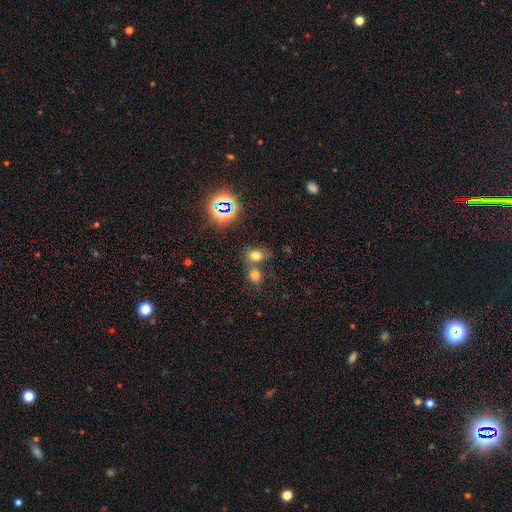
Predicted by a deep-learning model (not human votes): smooth 68%, star or artifact 23%, featured or disk 8%. Down the decision tree: how rounded — in between (61%); merging — none (54%).